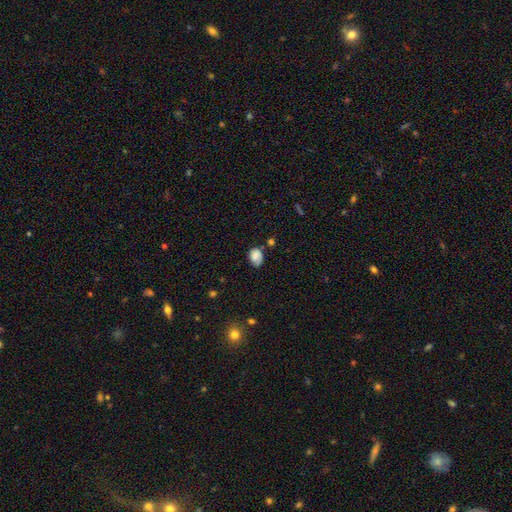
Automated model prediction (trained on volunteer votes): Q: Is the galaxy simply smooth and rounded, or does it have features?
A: smooth — 79%.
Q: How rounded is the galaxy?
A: in between — 72%.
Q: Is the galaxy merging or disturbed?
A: none — 57%.